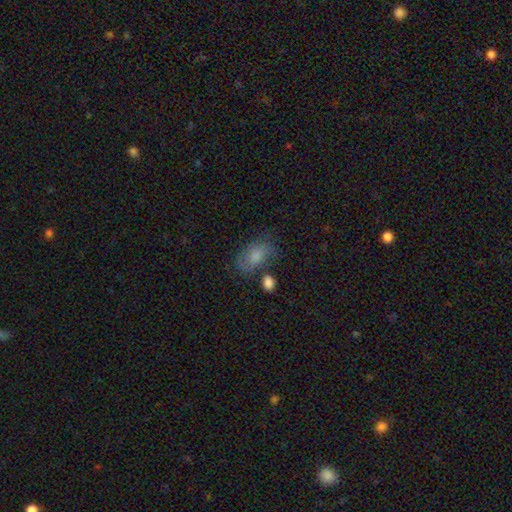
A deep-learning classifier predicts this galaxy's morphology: type=smooth (55%); roundness=in between (84%); merging=none (64%).